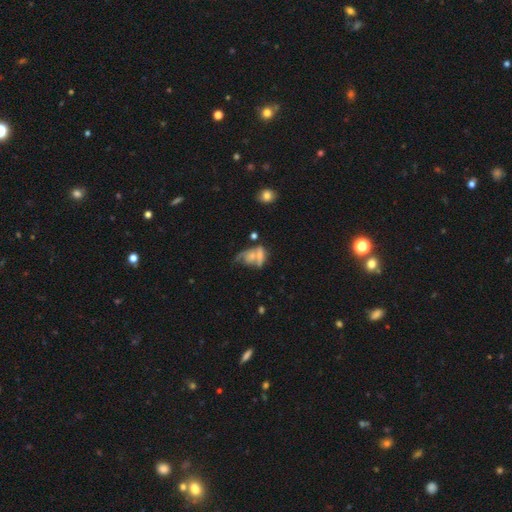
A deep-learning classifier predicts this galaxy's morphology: Q: Smooth or featured?
A: smooth (46%); runner-up: featured or disk (41%)
Q: Merging?
A: merger (49%); runner-up: none (22%)